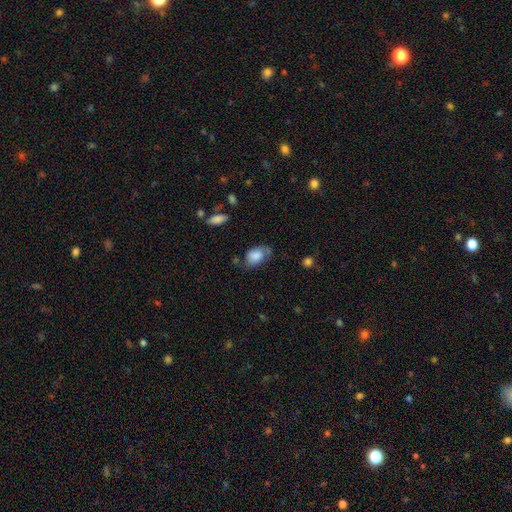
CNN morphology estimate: The model was most divided on "merging": none: 52%, minor disturbance: 32%, major disturbance: 12%, merger: 4%. More confident: how rounded — in between (86%); smooth or featured — smooth (73%).